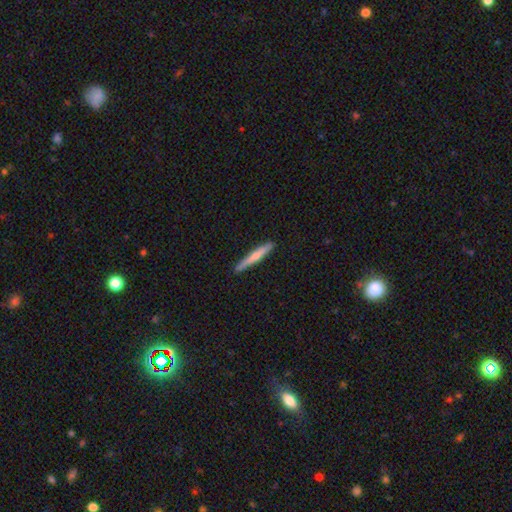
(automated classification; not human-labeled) Smooth or featured? featured or disk (52%)
Edge-on disk? yes (96%)
Edge-on bulge? rounded (73%)
Merging? none (89%)